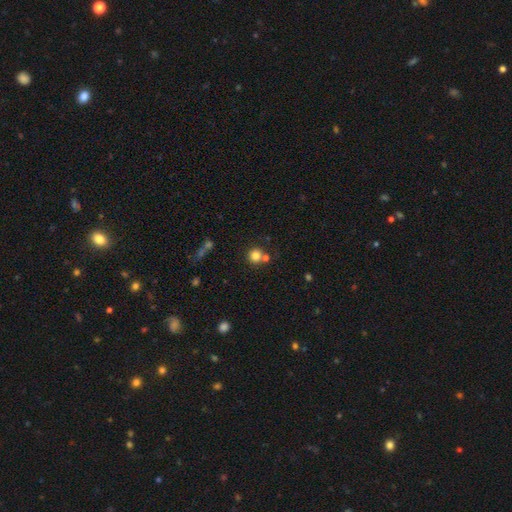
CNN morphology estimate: smooth_or_featured: smooth (p=0.79) [alt: star or artifact p=0.13]
how_rounded: round (p=0.91) [alt: in between p=0.08]
merging: none (p=0.64) [alt: merger p=0.24]